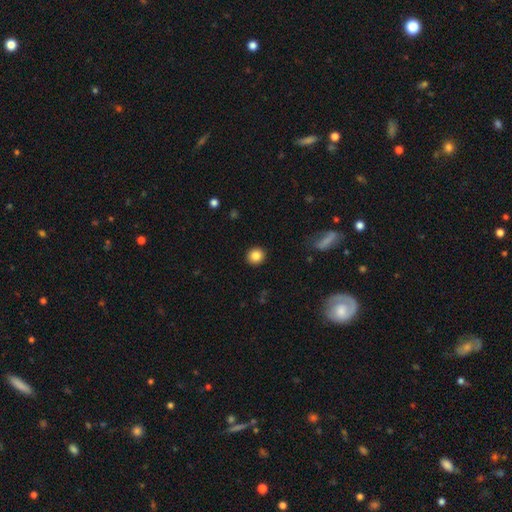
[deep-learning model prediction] Morphology: type=smooth (84%); roundness=round (89%); merging=none (92%).